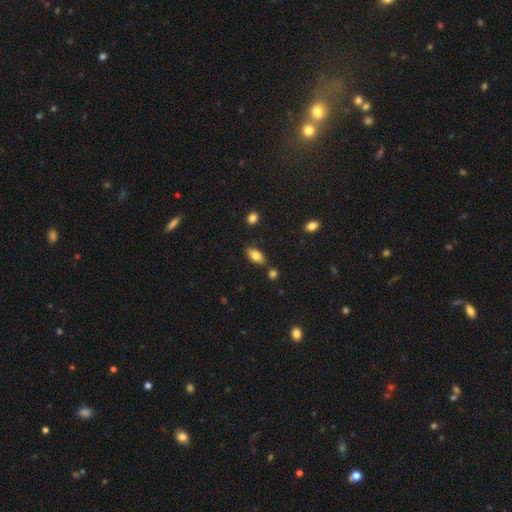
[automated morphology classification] This is likely a smooth galaxy (79%). How rounded: clearly in between (89%). Merging: clearly none (80%).